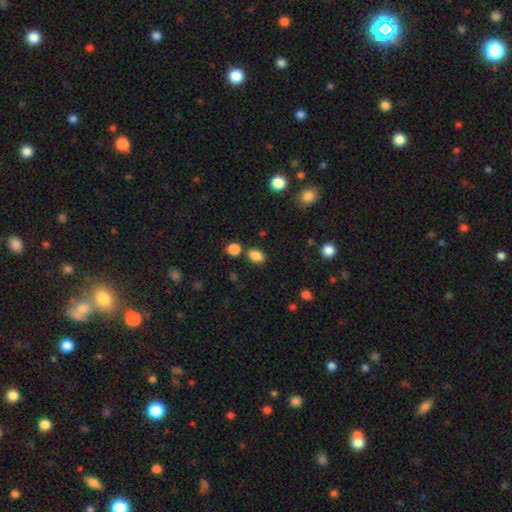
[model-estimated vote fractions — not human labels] This appears to be a smooth galaxy with no disk features (85%) that is in between round and cigar-shaped (78%). Merging: none (76%).